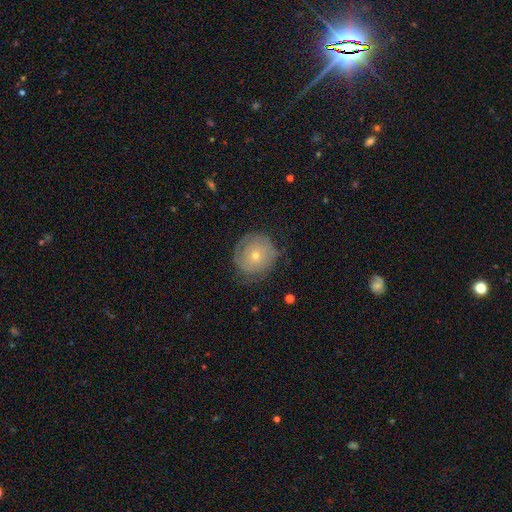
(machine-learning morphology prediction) Smooth or featured?
  - featured or disk: 54% *
  - smooth: 37%
  - star or artifact: 9%
Edge-on disk?
  - no: 96% *
  - yes: 4%
Bar?
  - no: 87% *
  - weak: 11%
  - strong: 2%
Spiral arms?
  - yes: 70% *
  - no: 30%
Bulge size?
  - small: 61% *
  - moderate: 36%
  - large: 1%
  - none: 1%
  - dominant: 1%
Merging?
  - none: 73% *
  - minor disturbance: 19%
  - major disturbance: 8%
  - merger: 1%